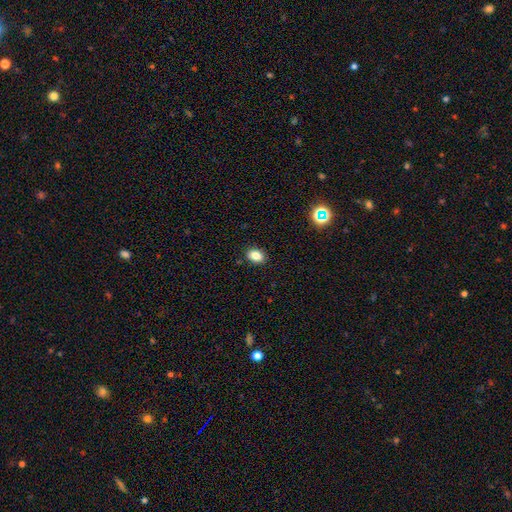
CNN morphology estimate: smooth_or_featured: smooth (p=0.83) [alt: star or artifact p=0.10]
how_rounded: in between (p=0.76) [alt: round p=0.22]
merging: none (p=0.88) [alt: minor disturbance p=0.08]